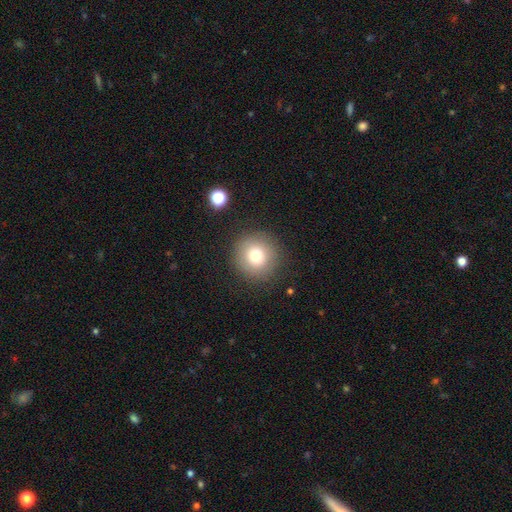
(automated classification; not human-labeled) A smooth galaxy with no disk features (76%) that is round (94%).

Vote fractions:
- Smooth or featured? smooth: 76% / featured or disk: 13% / star or artifact: 11%
- How rounded? round: 94% / in between: 5% / cigar-shaped: 1%
- Merging? none: 87% / minor disturbance: 8% / major disturbance: 3% / merger: 2%